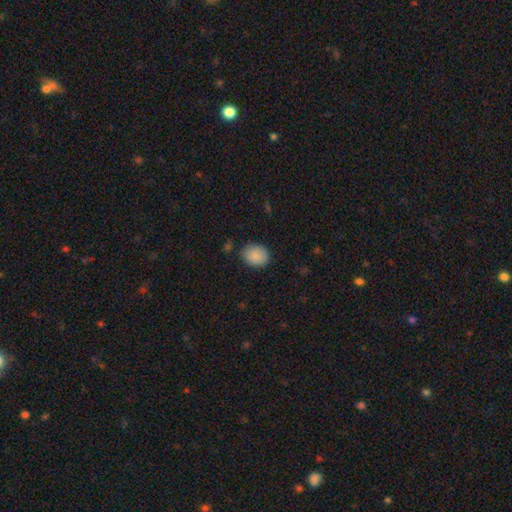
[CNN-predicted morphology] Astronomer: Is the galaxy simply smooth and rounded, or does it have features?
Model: smooth — 89%.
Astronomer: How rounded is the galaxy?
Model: in between — 50% (runner-up: round, 49%).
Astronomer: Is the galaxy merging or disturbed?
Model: none — 82%.